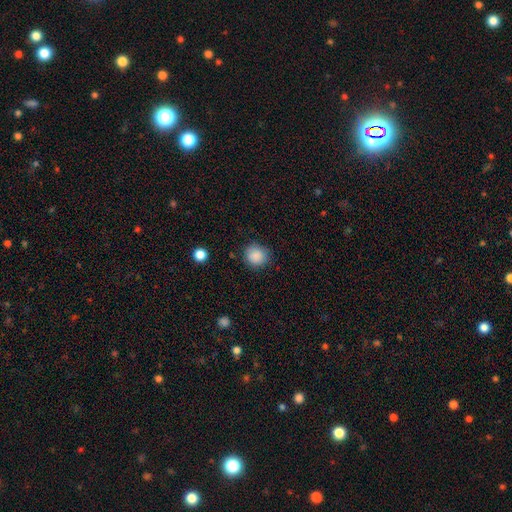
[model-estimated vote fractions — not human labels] Morphology: type=smooth (87%); roundness=round (87%); merging=none (84%).